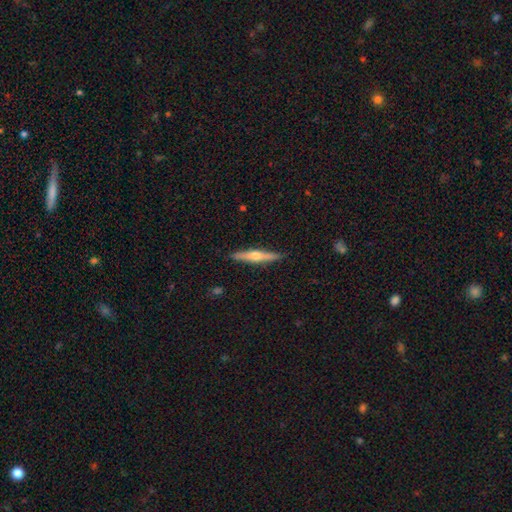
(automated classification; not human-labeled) Smooth or featured? Predicted: featured or disk (p=0.65). Edge-on disk? Predicted: yes (p=0.97). Edge-on bulge? Predicted: rounded (p=0.93). Merging? Predicted: none (p=0.89).